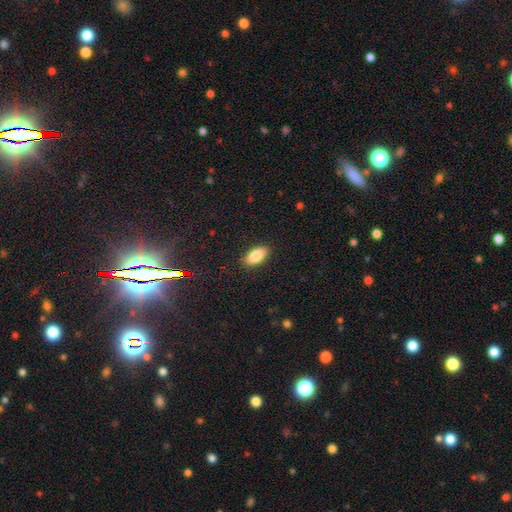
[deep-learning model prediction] smooth_or_featured: smooth (p=0.84) [alt: featured or disk p=0.08]
how_rounded: in between (p=0.91) [alt: cigar-shaped p=0.06]
merging: none (p=0.89) [alt: minor disturbance p=0.08]